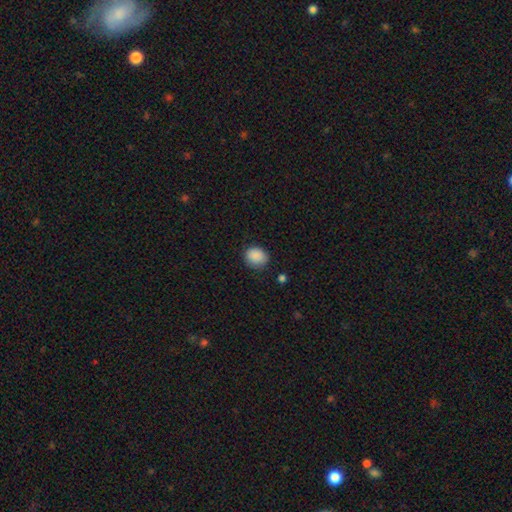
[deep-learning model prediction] Q: Smooth or featured?
A: smooth (89%); runner-up: star or artifact (9%)
Q: How rounded?
A: round (66%); runner-up: in between (33%)
Q: Merging?
A: none (82%); runner-up: minor disturbance (13%)